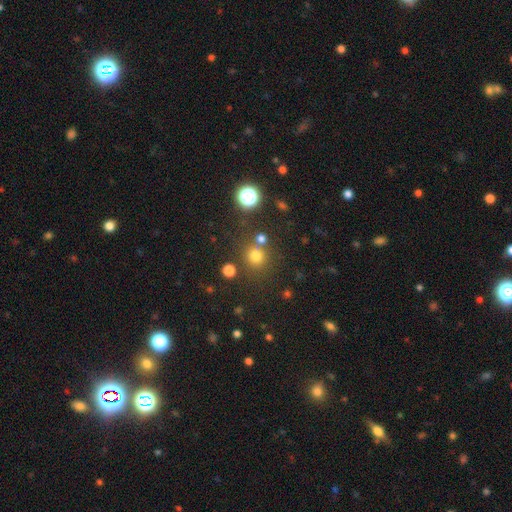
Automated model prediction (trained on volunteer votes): A smooth galaxy with no disk features (73%) that is round (91%). Merging: none (73%).